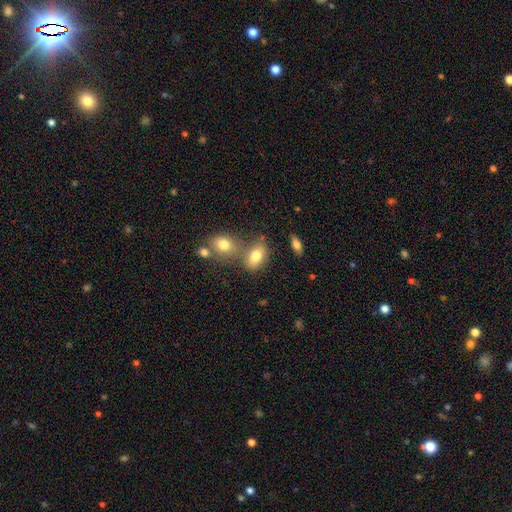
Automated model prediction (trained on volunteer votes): The model was most divided on "merging": none: 53%, merger: 29%, minor disturbance: 13%, major disturbance: 5%. More confident: how rounded — in between (84%); smooth or featured — smooth (79%).